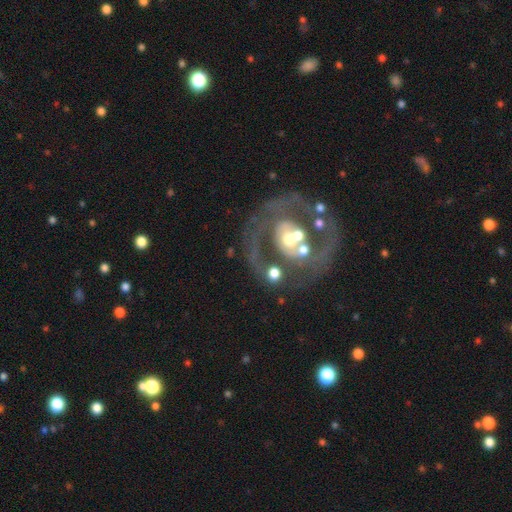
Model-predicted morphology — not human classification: smooth-or-featured: featured or disk: 77% | star or artifact: 12% | smooth: 11%
  disk-edge-on: no: 96% | yes: 4%
    bar: no: 49% | weak: 30% | strong: 21%
    has-spiral-arms: yes: 63% | no: 37%
    bulge-size: moderate: 46% | small: 30% | large: 15% | none: 6% | dominant: 4%
  merging: none: 63% | major disturbance: 14% | minor disturbance: 14% | merger: 8%